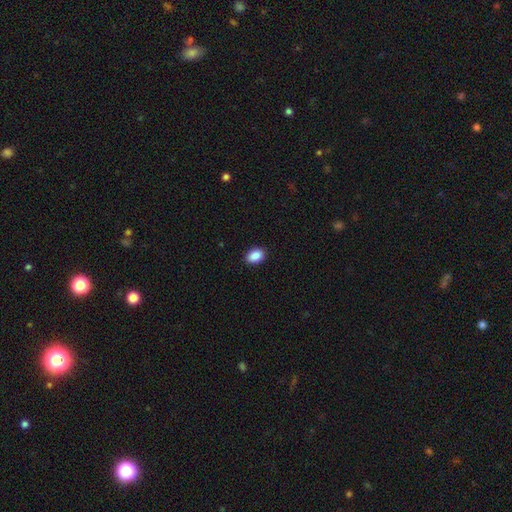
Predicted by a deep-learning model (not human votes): Smooth or featured: smooth — 89% (star or artifact — 8%)
How rounded: in between — 84% (round — 15%)
Merging: none — 90% (minor disturbance — 8%)